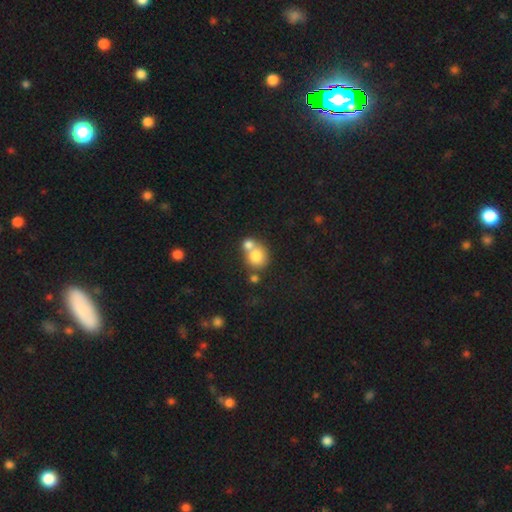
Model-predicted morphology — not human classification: Overall: smooth (78%). How rounded: round (79%). Merging: merger (52%; none 37%).